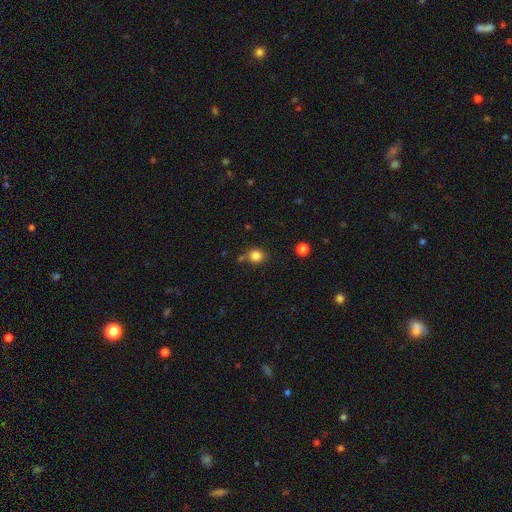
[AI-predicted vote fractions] Smooth or featured: smooth — 83% (star or artifact — 12%)
How rounded: round — 84% (in between — 15%)
Merging: none — 76% (minor disturbance — 12%)